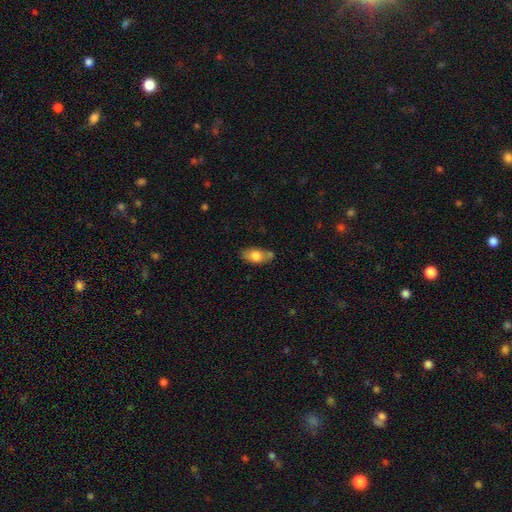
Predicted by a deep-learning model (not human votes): This is likely a smooth galaxy (77%). How rounded: clearly in between (89%). Merging: possibly none (57%).